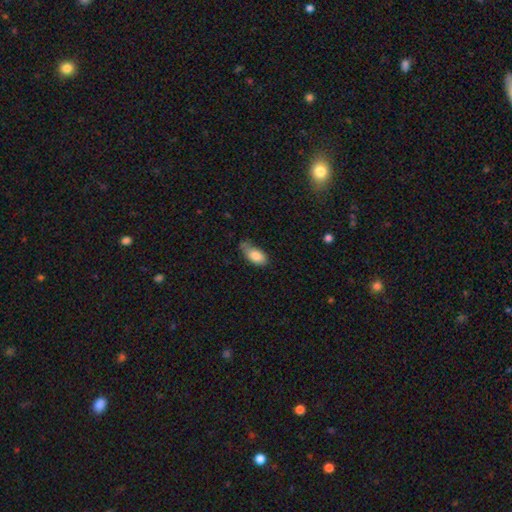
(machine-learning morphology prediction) smooth-or-featured: smooth: 83% | featured or disk: 10% | star or artifact: 7%
  how-rounded: in between: 90% | cigar-shaped: 6% | round: 4%
  merging: none: 47% | minor disturbance: 39% | major disturbance: 10% | merger: 4%